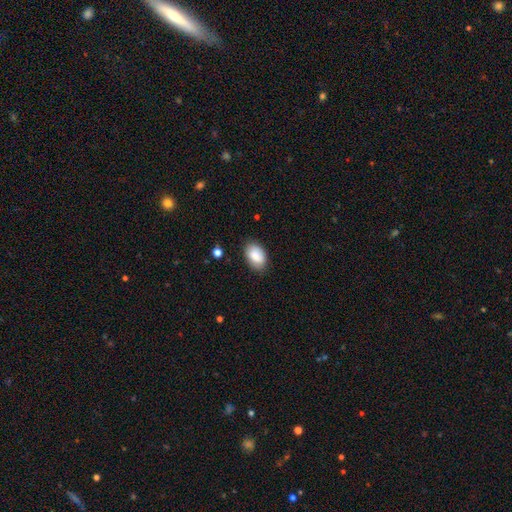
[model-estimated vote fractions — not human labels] Smooth or featured?
  - smooth: 86% *
  - featured or disk: 7%
  - star or artifact: 7%
How rounded?
  - in between: 91% *
  - round: 8%
  - cigar-shaped: 1%
Merging?
  - none: 82% *
  - minor disturbance: 14%
  - major disturbance: 3%
  - merger: 1%